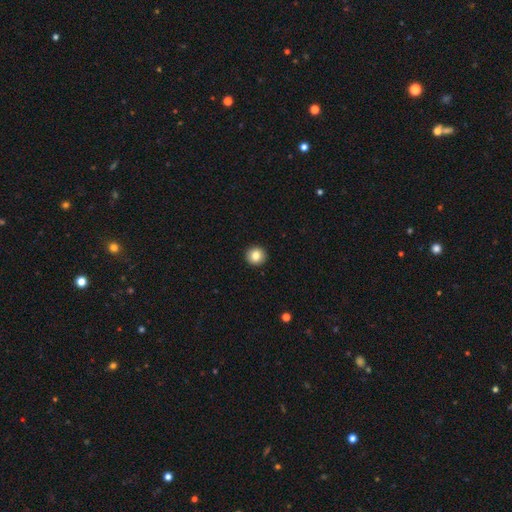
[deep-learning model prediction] Morphology: type=smooth (84%); roundness=round (95%); merging=none (94%).